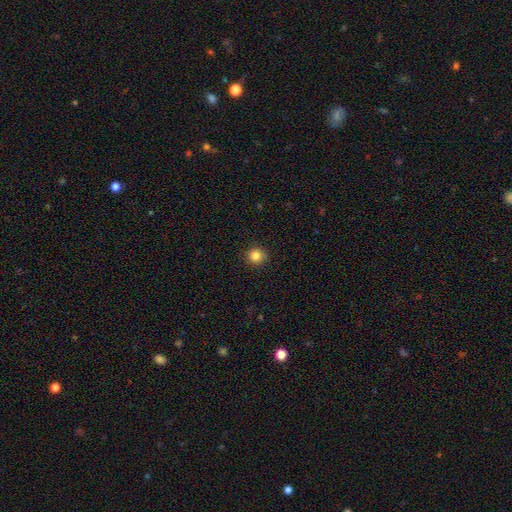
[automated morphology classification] Smooth or featured?
  - smooth: 84% *
  - star or artifact: 12%
  - featured or disk: 4%
How rounded?
  - round: 94% *
  - in between: 5%
  - cigar-shaped: 1%
Merging?
  - none: 90% *
  - minor disturbance: 7%
  - major disturbance: 2%
  - merger: 1%